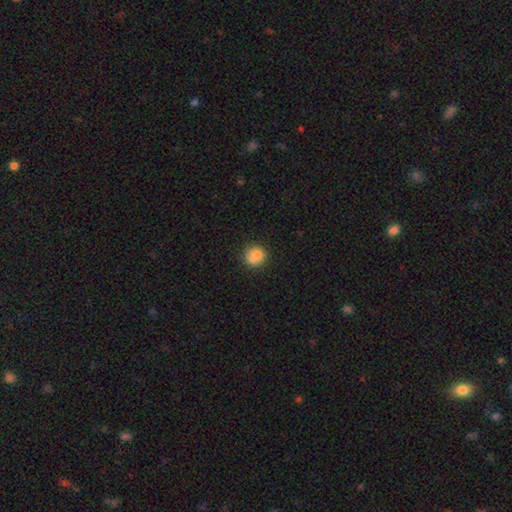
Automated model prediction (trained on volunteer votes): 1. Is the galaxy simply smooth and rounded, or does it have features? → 75% smooth, 15% featured or disk, 9% star or artifact.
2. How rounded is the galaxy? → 81% round, 18% in between, 1% cigar-shaped.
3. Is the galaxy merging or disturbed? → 50% none, 33% merger, 13% minor disturbance, 4% major disturbance.